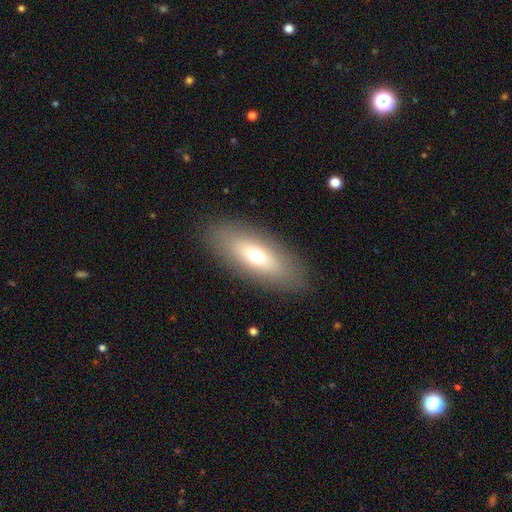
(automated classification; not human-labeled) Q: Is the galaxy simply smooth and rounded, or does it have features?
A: smooth — 66%.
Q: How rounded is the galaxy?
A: in between — 77%.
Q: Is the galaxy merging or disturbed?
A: none — 86%.